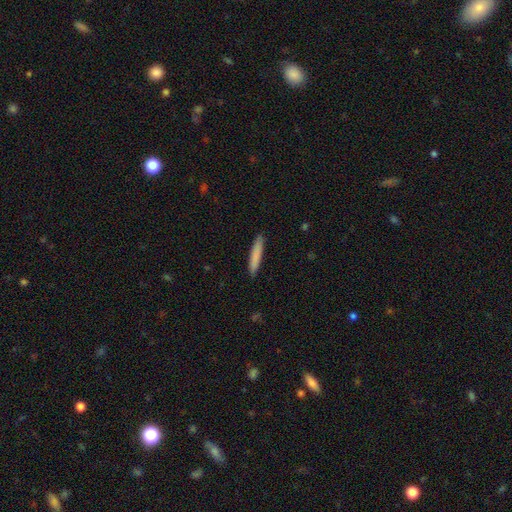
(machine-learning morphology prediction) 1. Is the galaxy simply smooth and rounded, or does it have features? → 82% smooth, 12% featured or disk, 6% star or artifact.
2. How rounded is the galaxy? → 93% cigar-shaped, 6% in between, 1% round.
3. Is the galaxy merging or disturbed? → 90% none, 8% minor disturbance, 1% major disturbance, 1% merger.